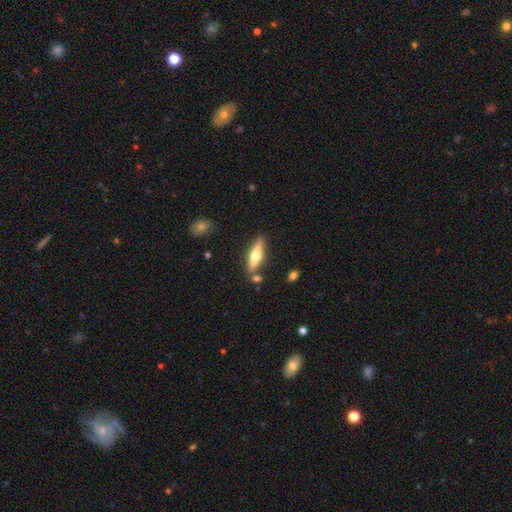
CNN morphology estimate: Smooth or featured? featured or disk (50%)
Merging? none (81%)